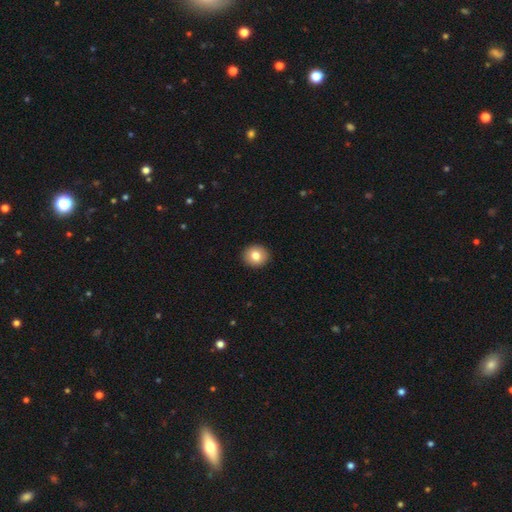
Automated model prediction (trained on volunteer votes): A smooth galaxy with no disk features (81%) that is round (85%).

Vote fractions:
- Smooth or featured? smooth: 81% / featured or disk: 10% / star or artifact: 8%
- How rounded? round: 85% / in between: 14% / cigar-shaped: 1%
- Merging? none: 93% / minor disturbance: 5% / major disturbance: 1% / merger: 1%